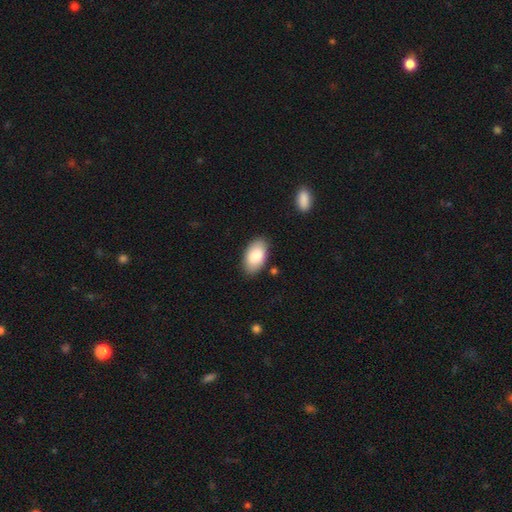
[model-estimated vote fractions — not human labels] Overall: smooth (85%). How rounded: in between (95%). Merging: none (85%).